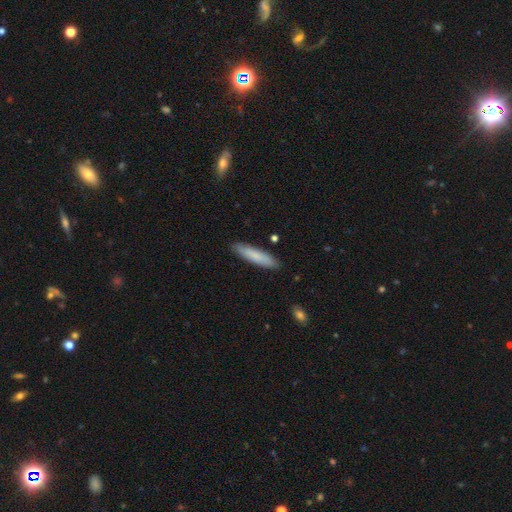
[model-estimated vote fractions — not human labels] smooth-or-featured: smooth: 80% | featured or disk: 15% | star or artifact: 6%
  how-rounded: cigar-shaped: 84% | in between: 15% | round: 1%
  merging: none: 89% | minor disturbance: 8% | major disturbance: 2% | merger: 1%